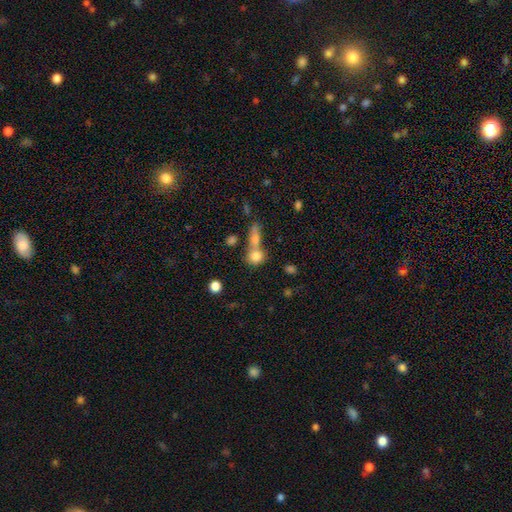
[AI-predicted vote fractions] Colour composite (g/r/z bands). It shows a smooth galaxy with no disk features (78%) that is round (73%). Merging: merger (44%).